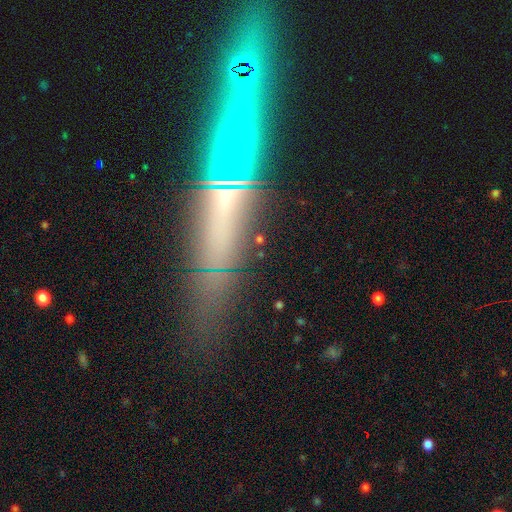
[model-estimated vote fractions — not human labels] Smooth or featured? Predicted: featured or disk (p=0.57). Edge-on disk? Predicted: yes (p=0.77). Merging? Predicted: none (p=0.73).